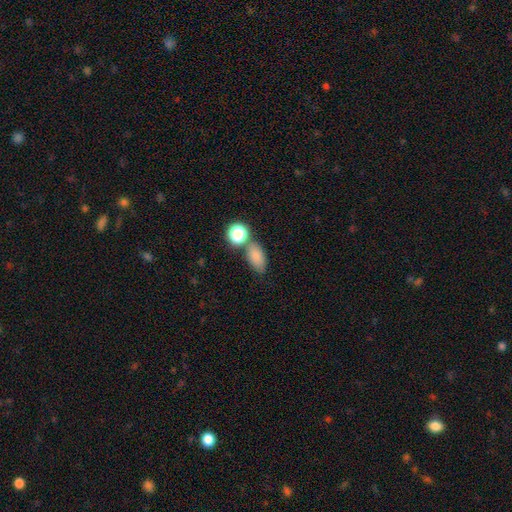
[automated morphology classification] This is clearly a smooth galaxy (80%). How rounded: clearly in between (84%). Merging: likely none (60%).